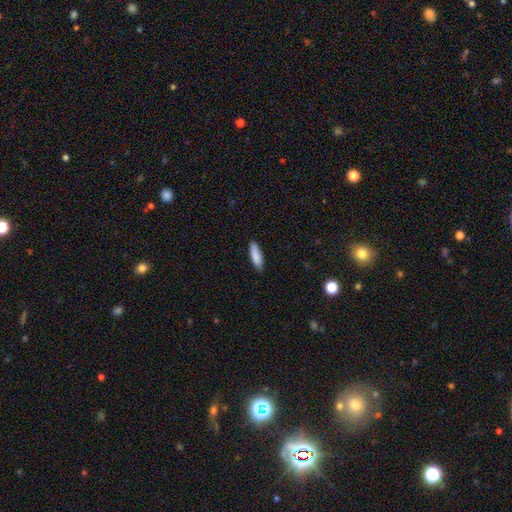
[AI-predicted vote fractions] smooth-or-featured: smooth: 87% | featured or disk: 7% | star or artifact: 6%
  how-rounded: cigar-shaped: 57% | in between: 41% | round: 2%
  merging: none: 83% | minor disturbance: 14% | major disturbance: 2% | merger: 1%